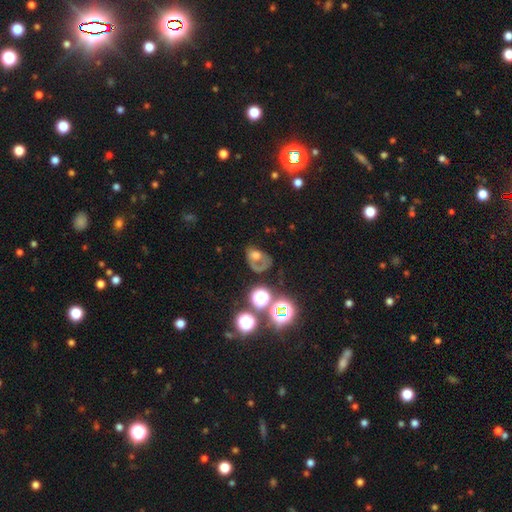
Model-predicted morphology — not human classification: type=smooth (40%); merging=major disturbance (42%).